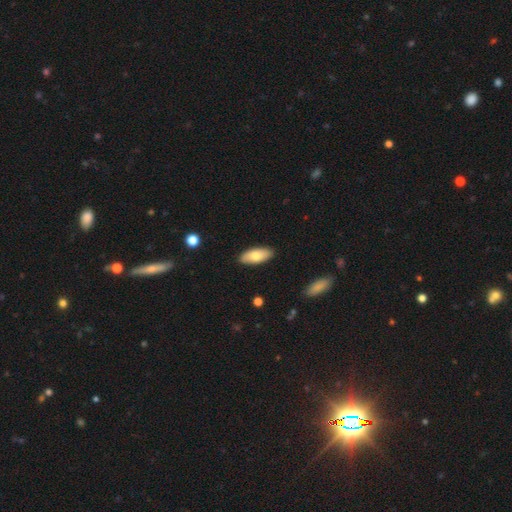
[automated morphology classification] smooth-or-featured: smooth: 77% | featured or disk: 17% | star or artifact: 6%
  how-rounded: in between: 85% | cigar-shaped: 13% | round: 2%
  merging: none: 88% | minor disturbance: 9% | major disturbance: 2% | merger: 1%